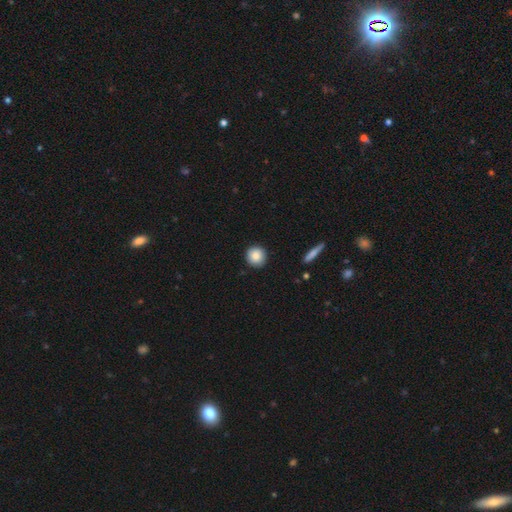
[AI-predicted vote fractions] smooth_or_featured: smooth (p=0.87) [alt: star or artifact p=0.08]
how_rounded: round (p=0.93) [alt: in between p=0.05]
merging: none (p=0.91) [alt: minor disturbance p=0.06]